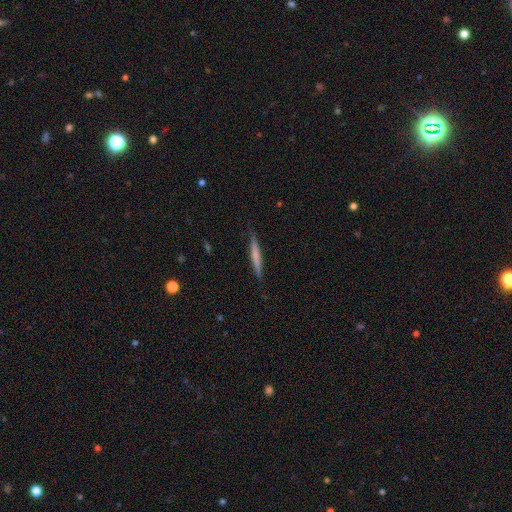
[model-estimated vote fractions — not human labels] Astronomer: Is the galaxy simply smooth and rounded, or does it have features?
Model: smooth — 53% (runner-up: featured or disk, 41%).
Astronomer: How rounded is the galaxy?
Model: cigar-shaped — 94%.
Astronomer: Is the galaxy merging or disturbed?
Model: none — 87%.